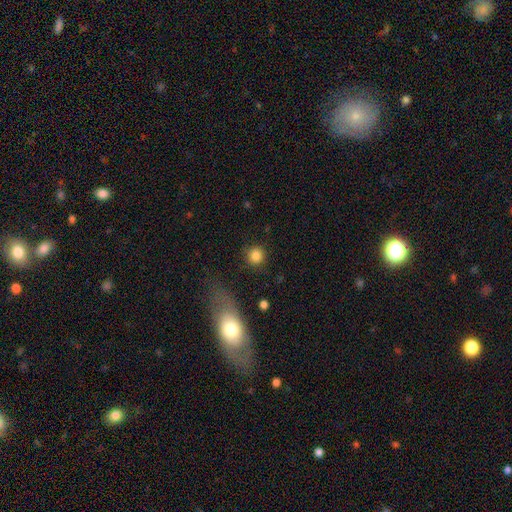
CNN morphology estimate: Overall: smooth (85%). How rounded: round (92%). Merging: none (85%).